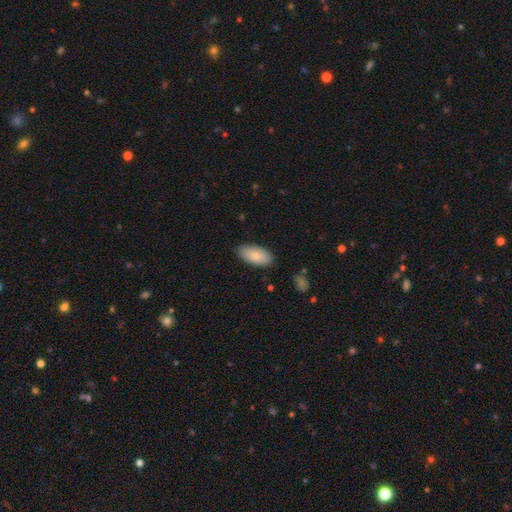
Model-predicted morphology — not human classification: This appears to be a smooth galaxy with no disk features (83%) that is in between round and cigar-shaped (93%). Merging: none (85%).